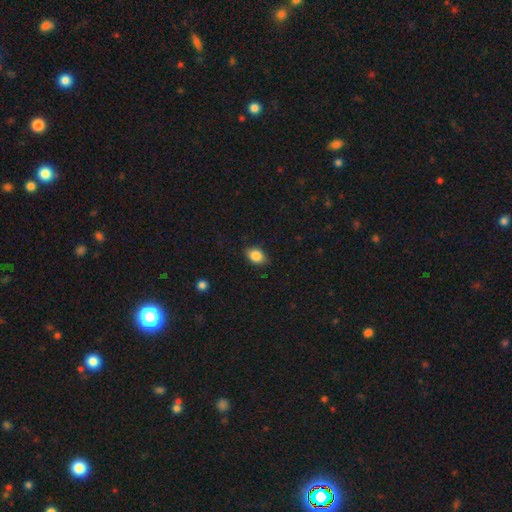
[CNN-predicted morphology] Smooth or featured?
  - smooth: 86% *
  - star or artifact: 8%
  - featured or disk: 6%
How rounded?
  - in between: 78% *
  - round: 21%
  - cigar-shaped: 1%
Merging?
  - none: 83% *
  - minor disturbance: 13%
  - major disturbance: 3%
  - merger: 1%